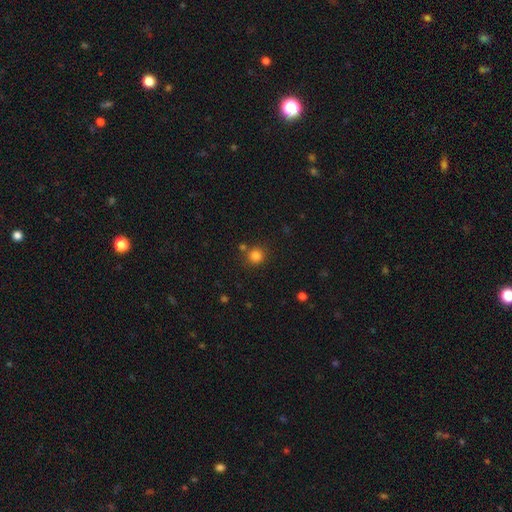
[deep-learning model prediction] This is clearly a smooth galaxy (83%). How rounded: clearly round (92%). Merging: likely none (80%).